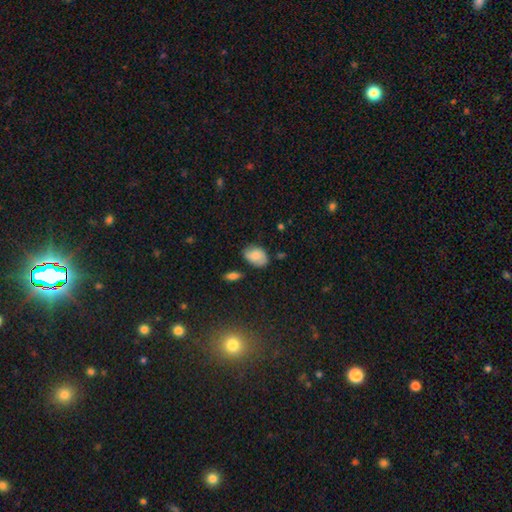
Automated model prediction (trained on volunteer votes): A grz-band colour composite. It shows a smooth galaxy with no disk features (75%) that is in between round and cigar-shaped (85%). Merging: none (73%).